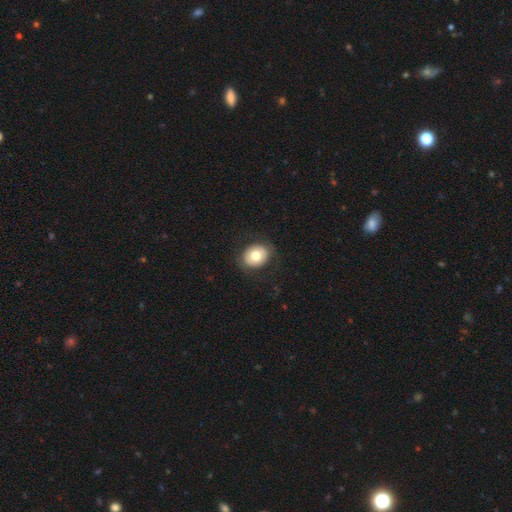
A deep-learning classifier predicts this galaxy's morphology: Smooth or featured?
  - smooth: 74% *
  - featured or disk: 18%
  - star or artifact: 8%
How rounded?
  - round: 53% *
  - in between: 46%
  - cigar-shaped: 1%
Merging?
  - none: 85% *
  - minor disturbance: 10%
  - major disturbance: 4%
  - merger: 1%